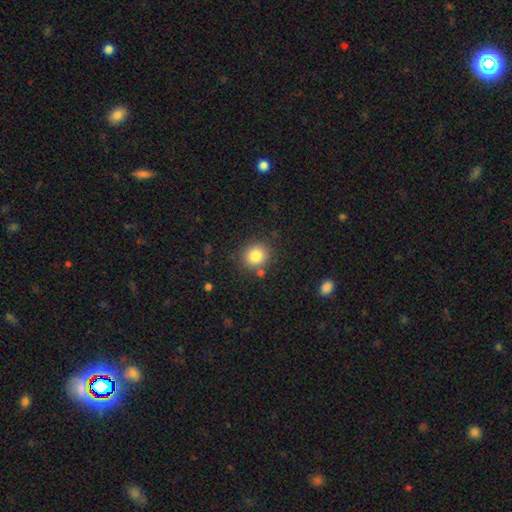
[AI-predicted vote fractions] The model was most divided on "how rounded": round: 84%, in between: 15%, cigar-shaped: 1%. More confident: merging — none (83%); smooth or featured — smooth (82%).